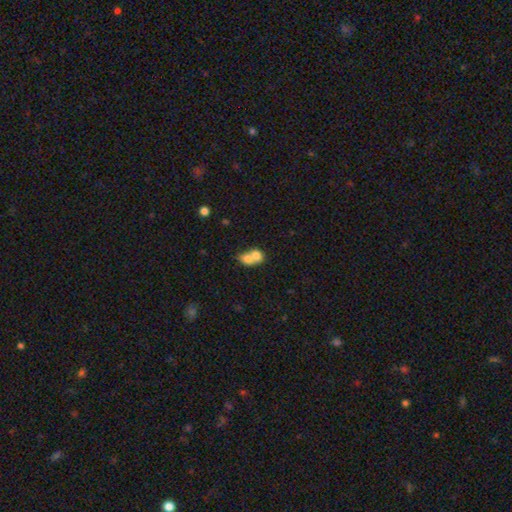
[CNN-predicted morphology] smooth-or-featured: smooth: 70% | featured or disk: 21% | star or artifact: 9%
  how-rounded: in between: 53% | round: 46% | cigar-shaped: 1%
  merging: merger: 77% | none: 16% | minor disturbance: 5% | major disturbance: 3%